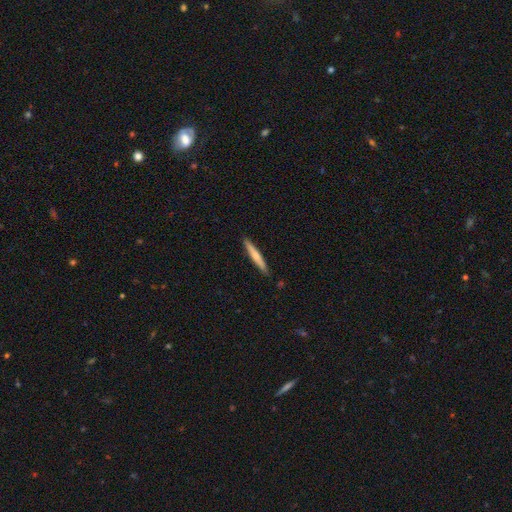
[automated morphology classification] smooth_or_featured: smooth (p=0.55) [alt: featured or disk p=0.40]
how_rounded: cigar-shaped (p=0.95) [alt: in between p=0.04]
merging: none (p=0.89) [alt: minor disturbance p=0.08]